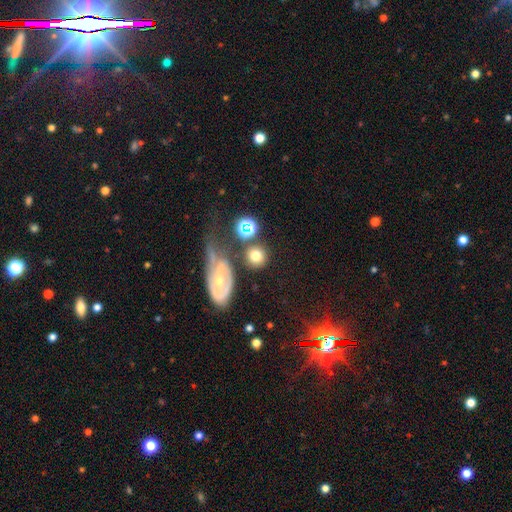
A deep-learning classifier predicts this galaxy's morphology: Smooth or featured? smooth (69%)
How rounded? round (83%)
Merging? none (69%)